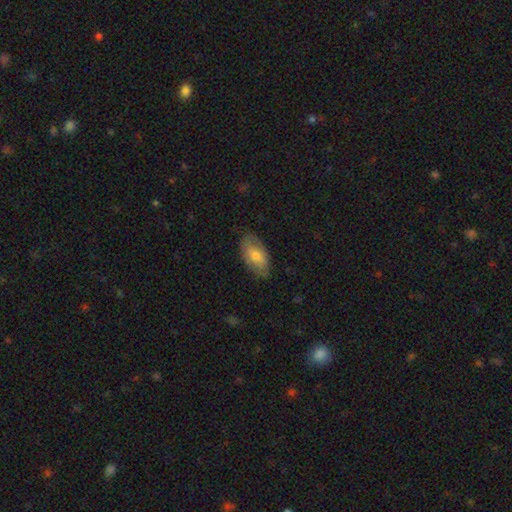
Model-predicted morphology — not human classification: Smooth or featured? Predicted: smooth (p=0.64). How rounded? Predicted: in between (p=0.92). Merging? Predicted: none (p=0.77).